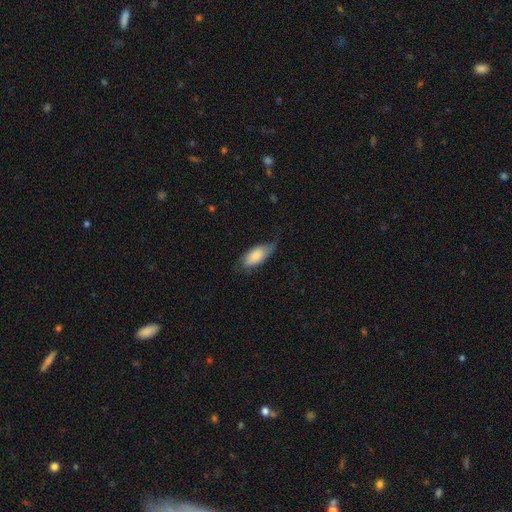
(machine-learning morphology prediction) smooth_or_featured: smooth (p=0.81) [alt: featured or disk p=0.13]
how_rounded: in between (p=0.88) [alt: cigar-shaped p=0.10]
merging: none (p=0.50) [alt: minor disturbance p=0.36]